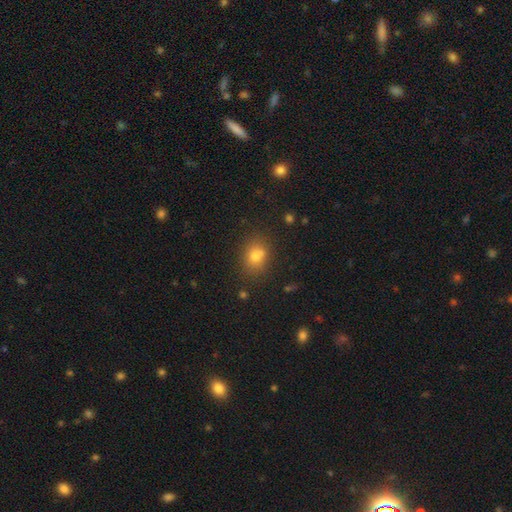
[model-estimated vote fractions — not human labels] Smooth or featured?
  - smooth: 73% *
  - star or artifact: 15%
  - featured or disk: 11%
How rounded?
  - round: 51% *
  - in between: 48%
  - cigar-shaped: 1%
Merging?
  - none: 64% *
  - merger: 16%
  - minor disturbance: 15%
  - major disturbance: 5%